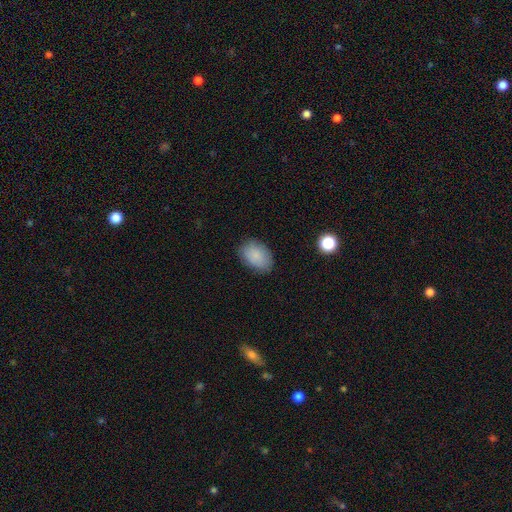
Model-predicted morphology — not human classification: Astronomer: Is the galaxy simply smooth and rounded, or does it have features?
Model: smooth — 86%.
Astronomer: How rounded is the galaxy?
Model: in between — 85%.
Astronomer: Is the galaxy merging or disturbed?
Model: none — 83%.